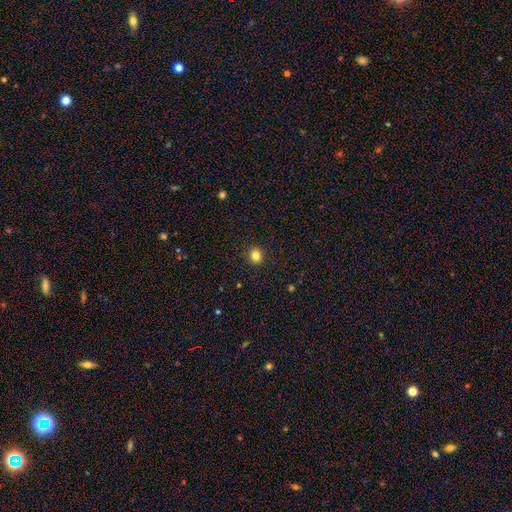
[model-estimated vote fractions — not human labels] Overall: smooth (83%). How rounded: round (75%). Merging: none (91%).